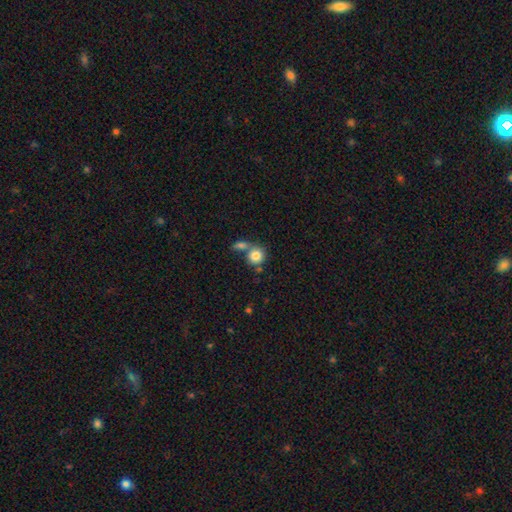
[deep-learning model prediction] Smooth or featured? smooth (82%)
How rounded? round (84%)
Merging? none (44%)